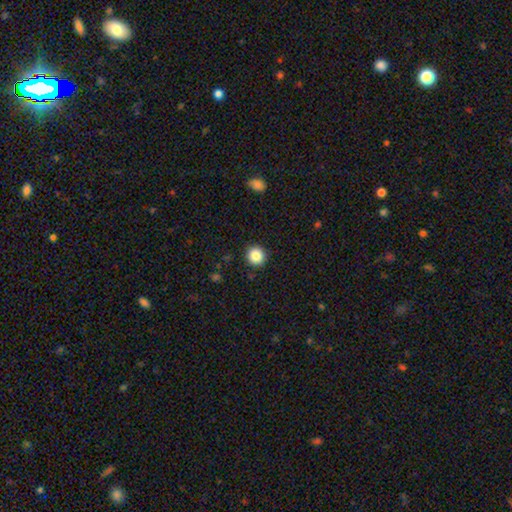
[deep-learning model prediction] smooth_or_featured: smooth (p=0.86) [alt: star or artifact p=0.10]
how_rounded: round (p=0.94) [alt: in between p=0.05]
merging: none (p=0.92) [alt: minor disturbance p=0.05]